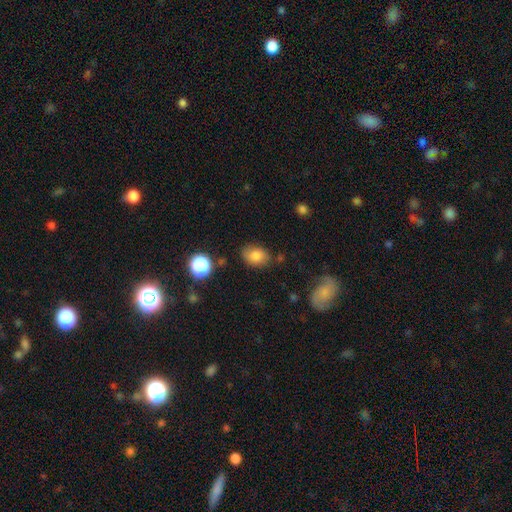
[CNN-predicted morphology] Smooth or featured? smooth (81%)
How rounded? in between (74%)
Merging? none (77%)